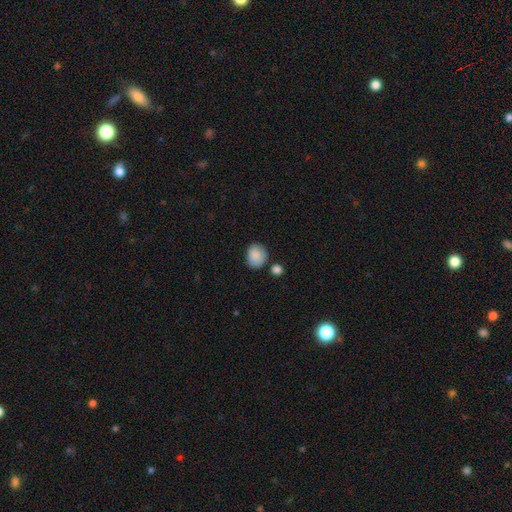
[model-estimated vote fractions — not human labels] smooth-or-featured: smooth: 88% | star or artifact: 7% | featured or disk: 5%
  how-rounded: round: 65% | in between: 34% | cigar-shaped: 1%
  merging: none: 70% | minor disturbance: 18% | merger: 8% | major disturbance: 4%